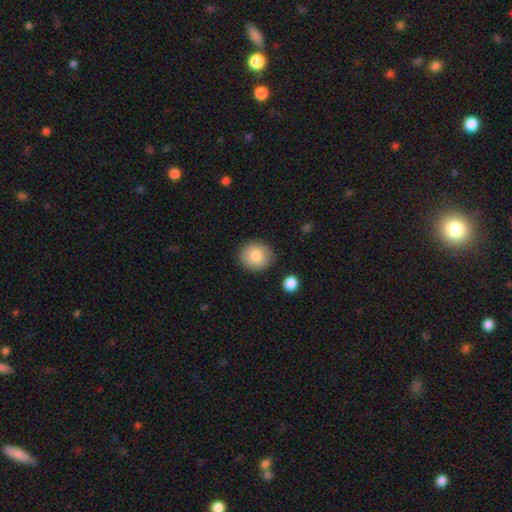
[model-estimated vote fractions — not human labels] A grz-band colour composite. It shows a smooth galaxy with no disk features (83%) that is round (89%). Merging: none (87%).